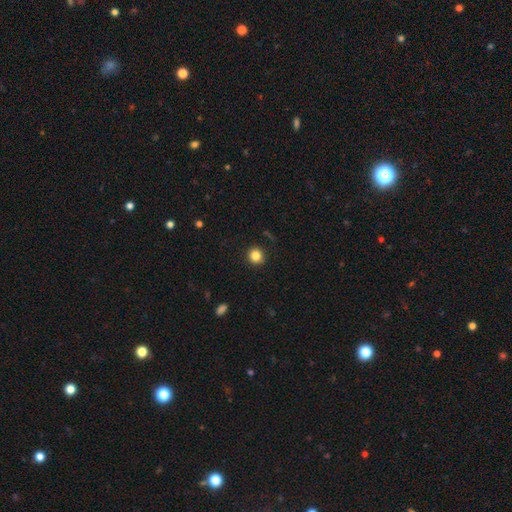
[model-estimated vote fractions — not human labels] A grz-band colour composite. It shows a smooth galaxy with no disk features (84%) that is round (92%). Merging: none (91%).